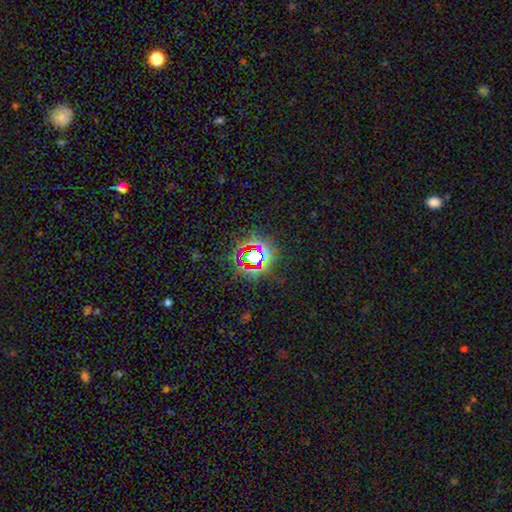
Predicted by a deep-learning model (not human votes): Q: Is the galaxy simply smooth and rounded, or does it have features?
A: star or artifact — 75%.